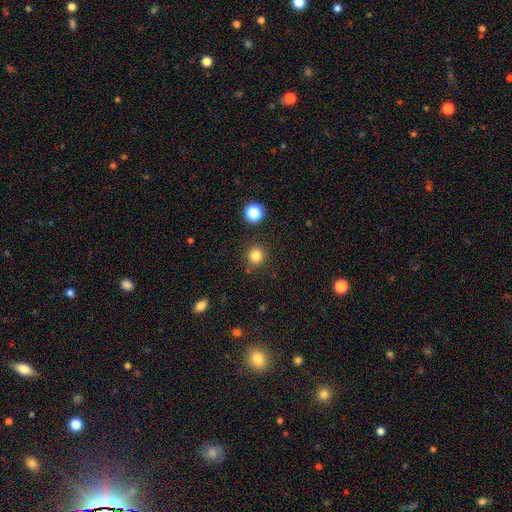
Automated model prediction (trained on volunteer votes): Morphology: type=smooth (82%); roundness=round (93%); merging=none (88%).